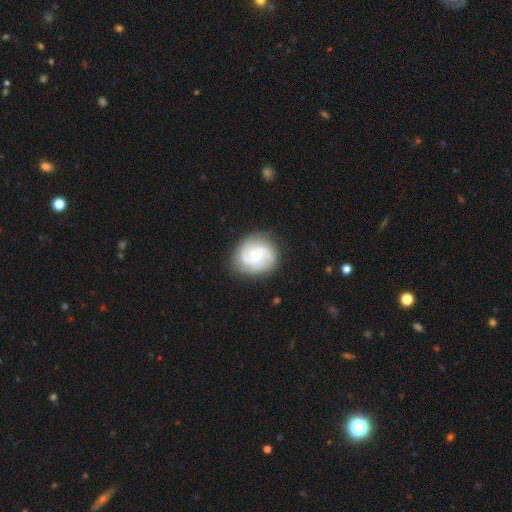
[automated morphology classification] A featured or disk galaxy (78%) with no bar (62%), 2 (38%) tight (48%) spiral arms (96%) and a small central bulge (57%).

Vote fractions:
- Smooth or featured? featured or disk: 78% / smooth: 16% / star or artifact: 5%
- Edge-on disk? no: 98% / yes: 2%
- Bar? no: 62% / weak: 33% / strong: 5%
- Spiral arms? yes: 96% / no: 4%
- Spiral winding? tight: 48% / medium: 42% / loose: 10%
- Spiral arm count? 2: 38% / 3: 36% / can't tell: 14% / 4: 5% / 1: 4% / more than 4: 3%
- Bulge size? small: 57% / moderate: 38% / large: 2% / none: 2% / dominant: 1%
- Merging? none: 82% / minor disturbance: 13% / major disturbance: 4% / merger: 1%